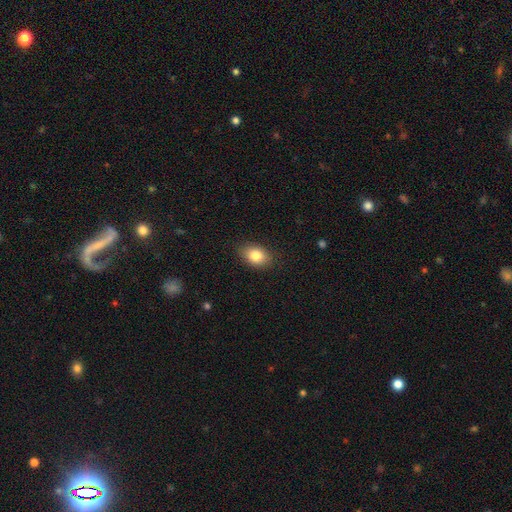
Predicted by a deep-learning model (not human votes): smooth 83%, featured or disk 9%, star or artifact 8%. Down the decision tree: how rounded — in between (81%); merging — none (85%).